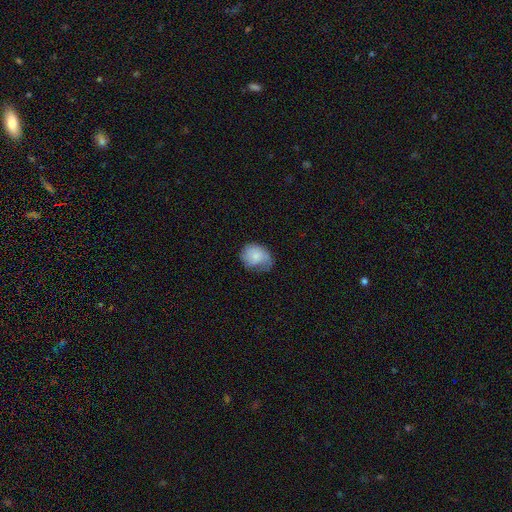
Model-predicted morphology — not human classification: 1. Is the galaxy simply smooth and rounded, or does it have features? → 73% smooth, 20% featured or disk, 7% star or artifact.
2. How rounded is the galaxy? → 51% in between, 48% round, 1% cigar-shaped.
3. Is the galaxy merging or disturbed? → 42% none, 38% minor disturbance, 18% major disturbance, 1% merger.